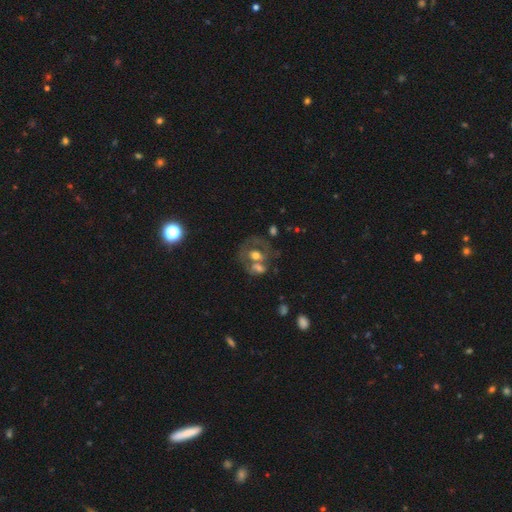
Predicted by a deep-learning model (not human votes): Q: Smooth or featured?
A: featured or disk (51%); runner-up: smooth (38%)
Q: Edge-on disk?
A: no (95%); runner-up: yes (5%)
Q: Merging?
A: merger (49%); runner-up: none (30%)